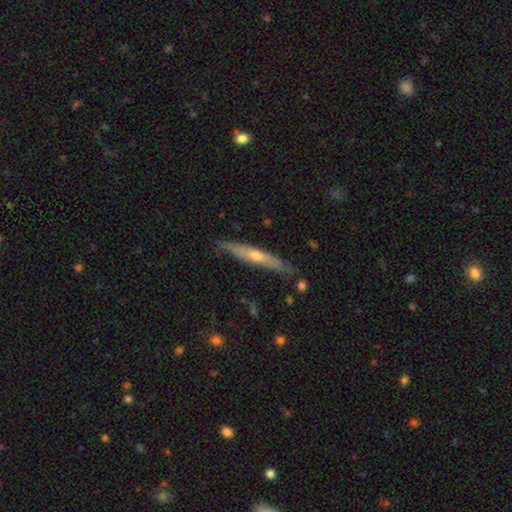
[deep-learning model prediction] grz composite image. It shows a featured or disk galaxy (56%) viewed edge-on (90%) with a rounded central bulge (72%). Merging: none (82%).